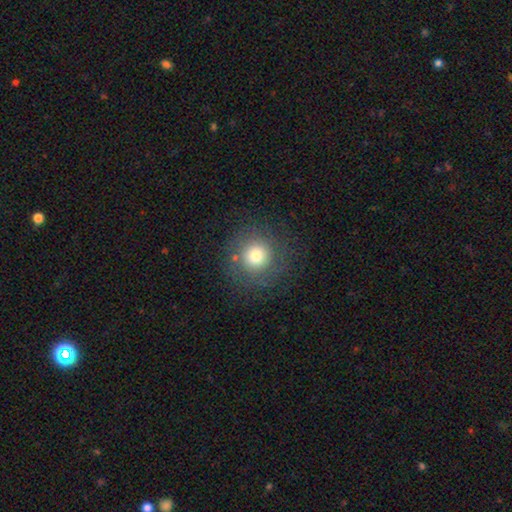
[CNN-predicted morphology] The model was most divided on "smooth or featured": smooth: 73%, featured or disk: 14%, star or artifact: 13%. More confident: how rounded — round (94%); merging — none (82%).